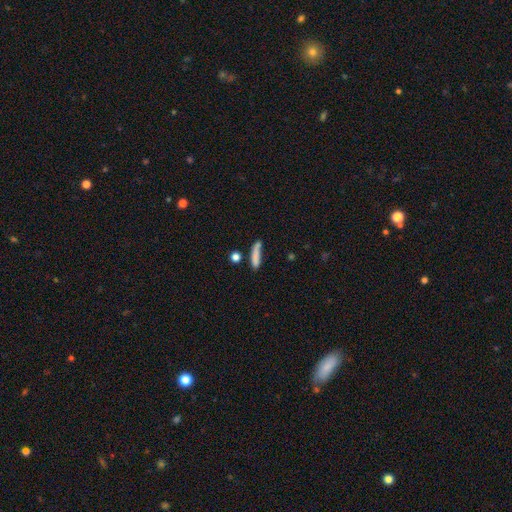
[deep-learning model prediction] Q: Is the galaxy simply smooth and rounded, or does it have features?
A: smooth — 78%.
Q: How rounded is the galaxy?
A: cigar-shaped — 77%.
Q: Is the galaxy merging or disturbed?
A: none — 58%.